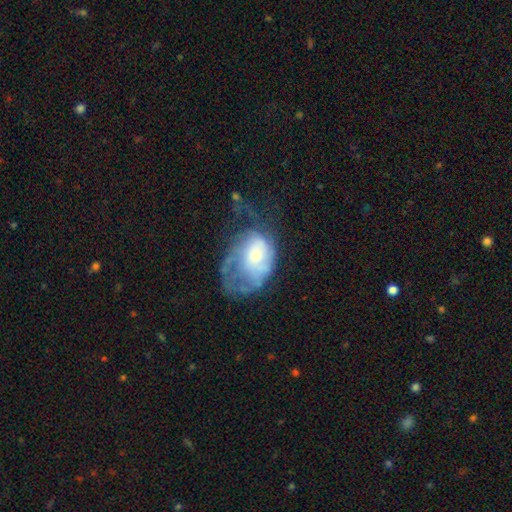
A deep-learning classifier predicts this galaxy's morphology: The model was most divided on "smooth or featured": featured or disk: 51%, smooth: 41%, star or artifact: 9%. More confident: edge-on disk — no (96%); merging — major disturbance (52%).